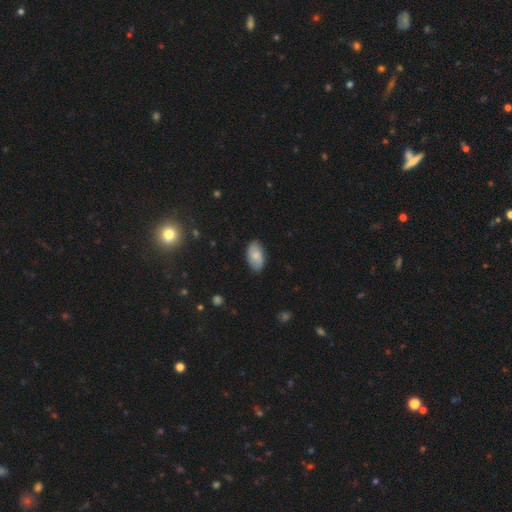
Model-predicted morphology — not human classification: smooth 79%, featured or disk 15%, star or artifact 6%. Down the decision tree: how rounded — in between (95%); merging — none (84%).